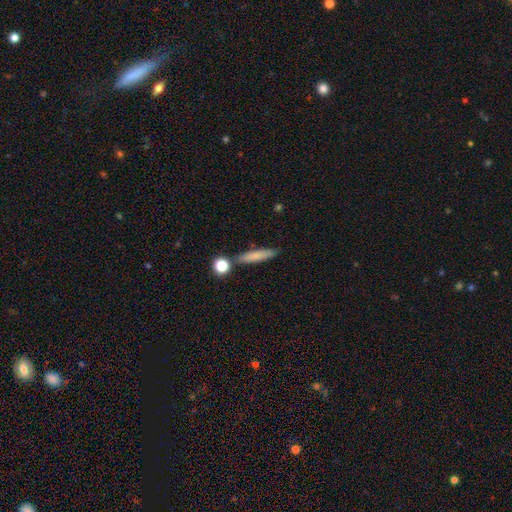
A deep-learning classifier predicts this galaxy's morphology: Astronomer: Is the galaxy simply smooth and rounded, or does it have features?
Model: smooth — 76%.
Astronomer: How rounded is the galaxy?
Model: cigar-shaped — 84%.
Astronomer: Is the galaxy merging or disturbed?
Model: none — 78%.